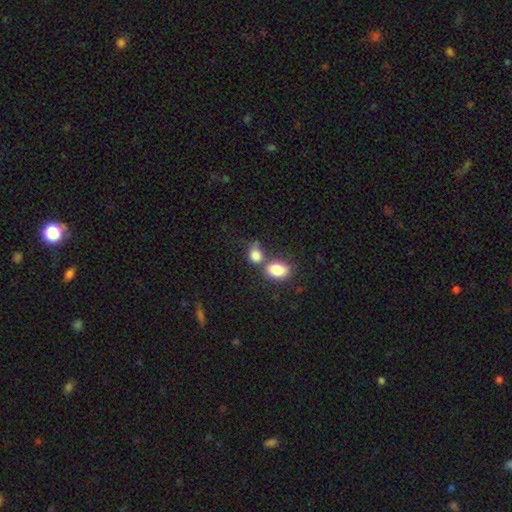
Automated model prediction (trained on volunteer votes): The model was most divided on "merging": merger: 47%, none: 37%, minor disturbance: 11%, major disturbance: 5%. More confident: smooth or featured — smooth (83%); how rounded — in between (55%).